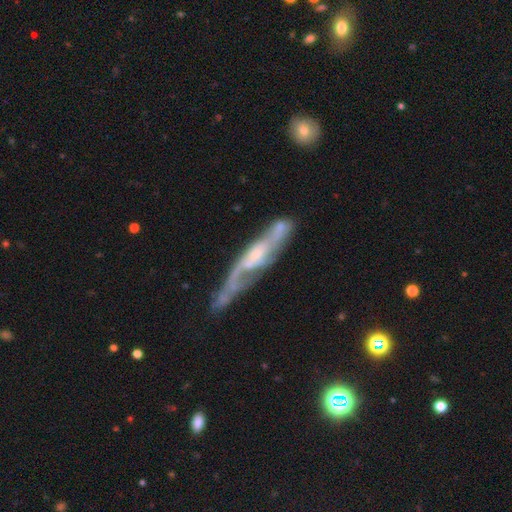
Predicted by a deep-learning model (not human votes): Smooth or featured? featured or disk (79%)
Edge-on disk? no (58%)
Merging? none (52%)